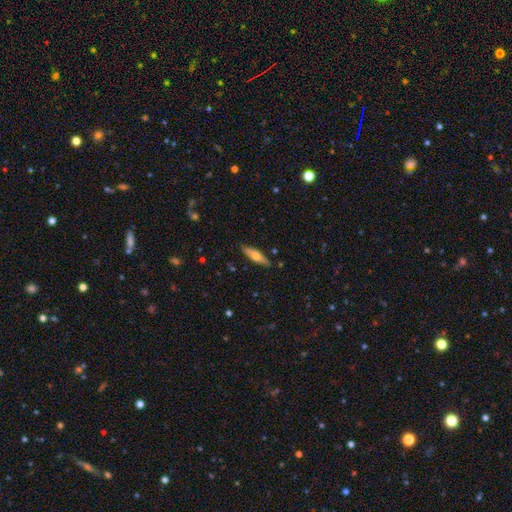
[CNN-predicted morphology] A smooth galaxy with no disk features (56%) that is cigar-shaped (62%).

Vote fractions:
- Smooth or featured? smooth: 56% / featured or disk: 38% / star or artifact: 6%
- How rounded? cigar-shaped: 62% / in between: 36% / round: 2%
- Merging? none: 84% / minor disturbance: 12% / major disturbance: 2% / merger: 1%